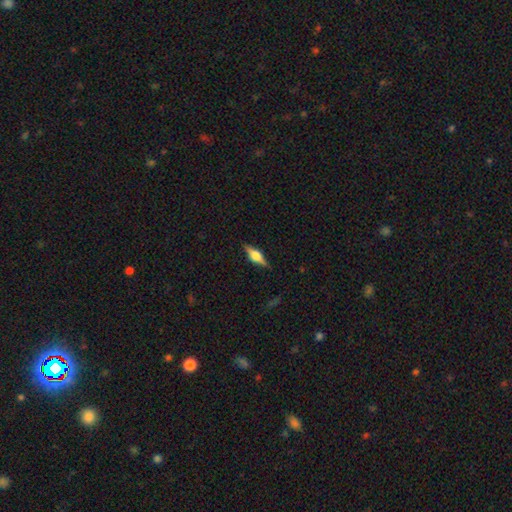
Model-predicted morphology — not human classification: This is likely a featured or disk galaxy (66%). It is clearly viewed edge-on (96%). Edge-on bulge: clearly rounded (90%). Merging: clearly none (86%).